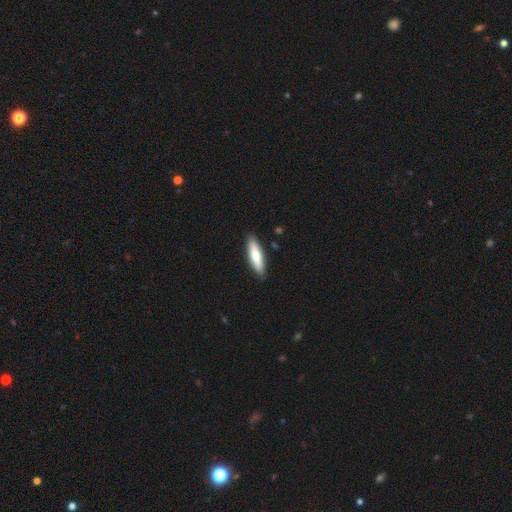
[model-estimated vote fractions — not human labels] Morphology: type=smooth (65%); roundness=cigar-shaped (68%); merging=none (89%).